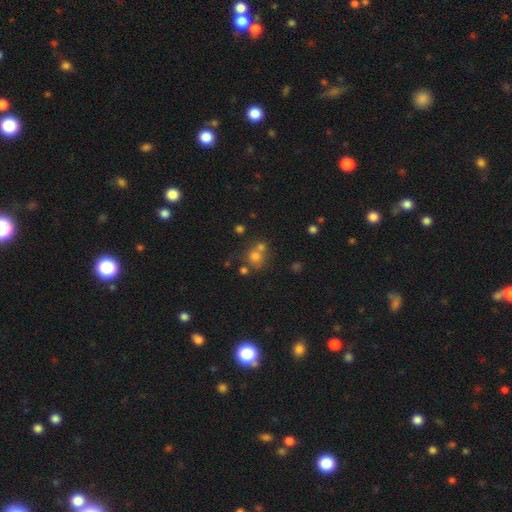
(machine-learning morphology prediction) Smooth or featured? smooth (60%)
How rounded? round (83%)
Merging? none (51%)